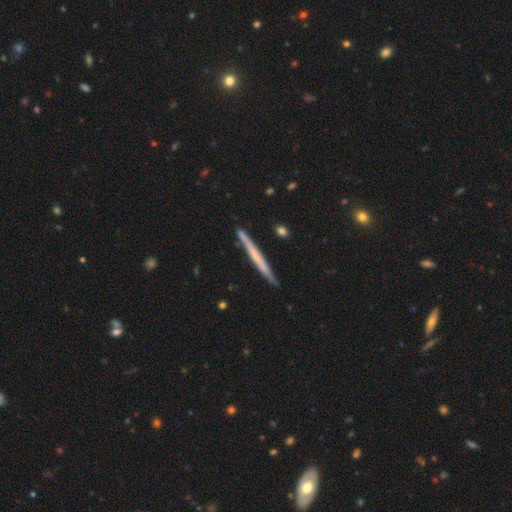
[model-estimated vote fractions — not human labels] Smooth or featured?
  - featured or disk: 57% *
  - smooth: 38%
  - star or artifact: 6%
Edge-on disk?
  - yes: 97% *
  - no: 3%
Edge-on bulge?
  - none: 76% *
  - rounded: 18%
  - boxy: 7%
Merging?
  - none: 88% *
  - minor disturbance: 9%
  - merger: 2%
  - major disturbance: 1%